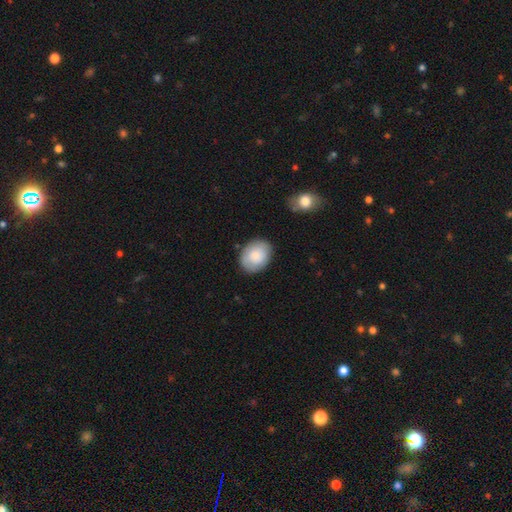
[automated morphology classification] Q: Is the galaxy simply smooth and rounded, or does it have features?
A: smooth — 78%.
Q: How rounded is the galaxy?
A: in between — 57%.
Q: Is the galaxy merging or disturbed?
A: none — 82%.